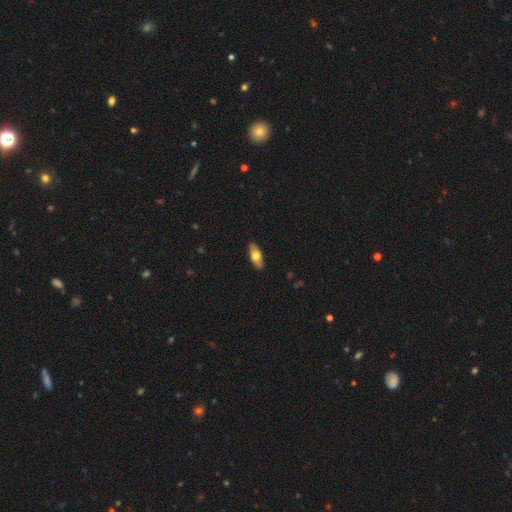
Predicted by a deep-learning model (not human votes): Smooth or featured? smooth (65%)
How rounded? in between (76%)
Merging? none (89%)